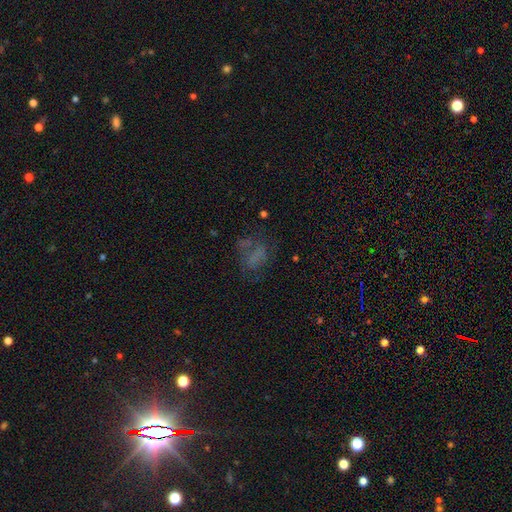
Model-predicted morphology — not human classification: This appears to be a smooth galaxy with no disk features (44%). Merging: none (46%).